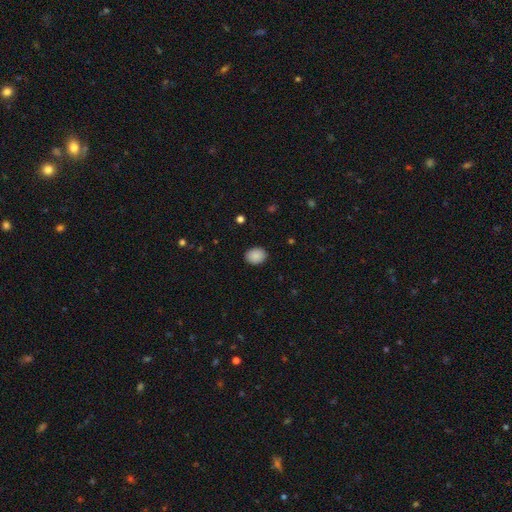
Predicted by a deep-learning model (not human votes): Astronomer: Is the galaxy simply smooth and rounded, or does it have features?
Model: smooth — 89%.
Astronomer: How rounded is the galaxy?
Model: in between — 52% (runner-up: round, 48%).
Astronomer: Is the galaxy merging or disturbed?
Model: none — 89%.